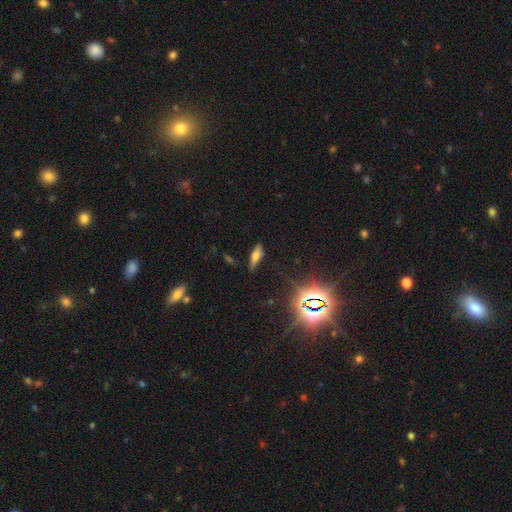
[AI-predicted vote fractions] This is possibly a smooth galaxy (56%). How rounded: possibly in between (53%). Merging: likely none (76%).